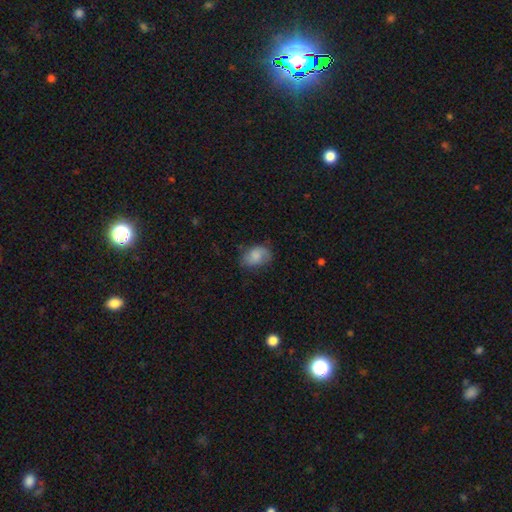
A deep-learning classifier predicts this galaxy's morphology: type=smooth (75%); roundness=in between (79%); merging=none (64%).